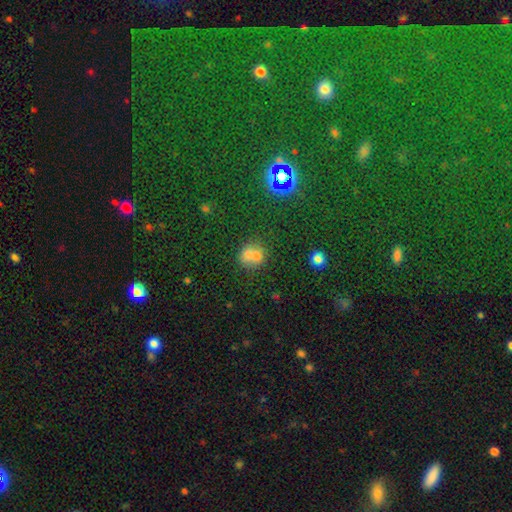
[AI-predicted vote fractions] This appears to be a smooth galaxy with no disk features (67%) that is round (77%). Merging: merger (51%).